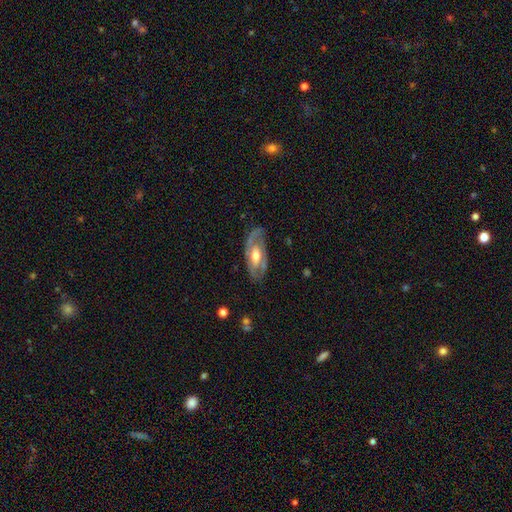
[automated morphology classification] Overall: featured or disk (73%). Edge-on disk: no (87%). Bar: no (46%; weak 36%). Spiral arms: yes (69%; no 31%). Bulge size: moderate (70%). Merging: none (74%).